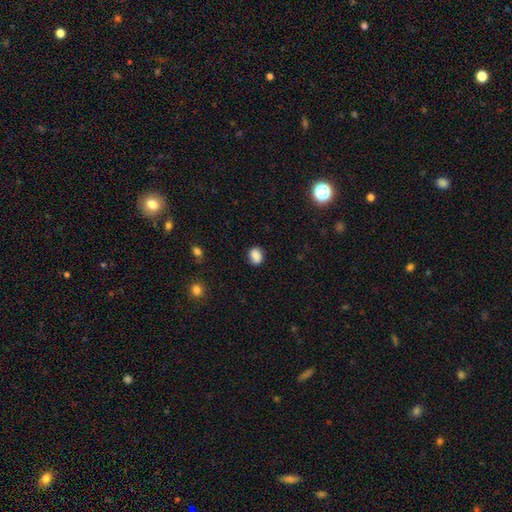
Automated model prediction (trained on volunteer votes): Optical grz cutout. It shows a smooth galaxy with no disk features (85%) that is in between round and cigar-shaped (52%). Merging: none (80%).